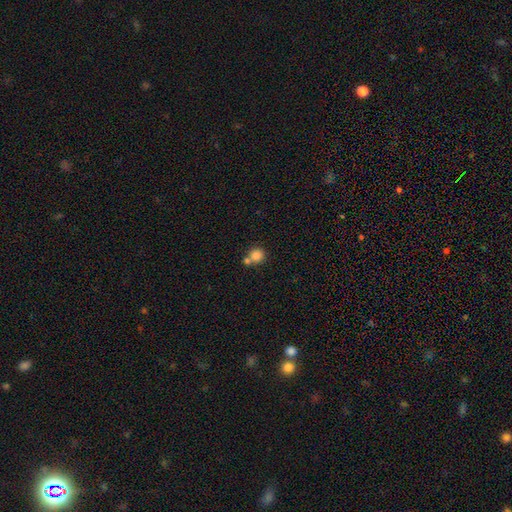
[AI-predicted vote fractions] Smooth or featured?
  - smooth: 84% *
  - star or artifact: 11%
  - featured or disk: 6%
How rounded?
  - round: 89% *
  - in between: 10%
  - cigar-shaped: 1%
Merging?
  - none: 53% *
  - merger: 34%
  - minor disturbance: 8%
  - major disturbance: 4%